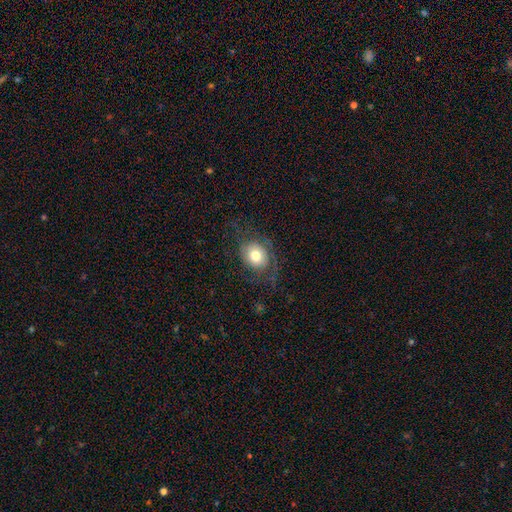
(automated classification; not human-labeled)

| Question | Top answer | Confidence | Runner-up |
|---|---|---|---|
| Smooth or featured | smooth | 63% | featured or disk (28%) |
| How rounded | round | 56% | in between (43%) |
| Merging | none | 63% | minor disturbance (18%) |